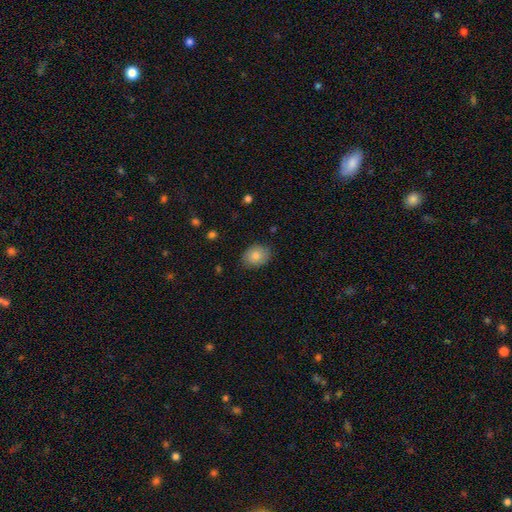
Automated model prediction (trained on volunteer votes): Smooth or featured? smooth (78%)
How rounded? in between (58%)
Merging? none (82%)